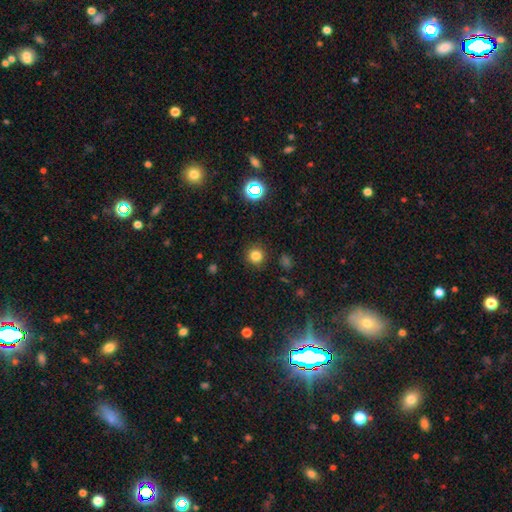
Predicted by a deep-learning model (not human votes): The model was most divided on "smooth or featured": smooth: 79%, star or artifact: 16%, featured or disk: 5%. More confident: how rounded — round (94%); merging — none (90%).